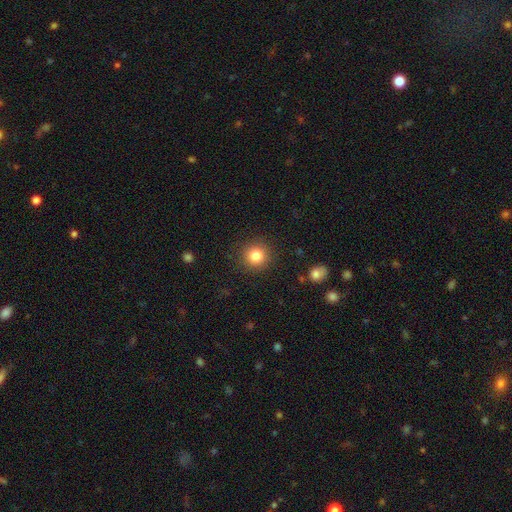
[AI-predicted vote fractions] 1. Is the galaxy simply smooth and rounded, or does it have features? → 84% smooth, 11% star or artifact, 6% featured or disk.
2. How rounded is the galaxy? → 94% round, 6% in between, 1% cigar-shaped.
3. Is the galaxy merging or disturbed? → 90% none, 6% minor disturbance, 2% major disturbance, 1% merger.